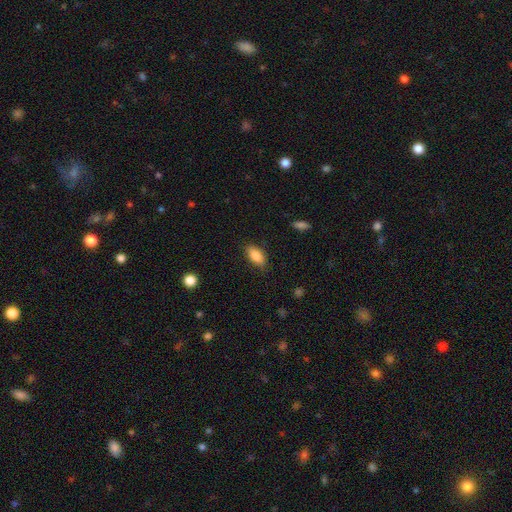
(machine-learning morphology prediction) This is clearly a smooth galaxy (87%). How rounded: clearly in between (89%). Merging: clearly none (83%).